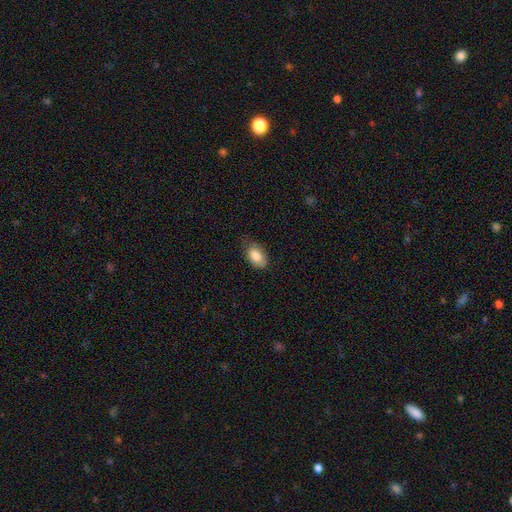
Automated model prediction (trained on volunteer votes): This appears to be a smooth galaxy with no disk features (84%) that is in between round and cigar-shaped (91%). Merging: none (61%).